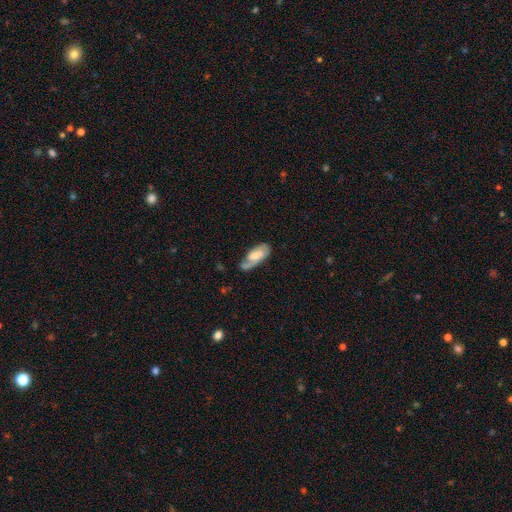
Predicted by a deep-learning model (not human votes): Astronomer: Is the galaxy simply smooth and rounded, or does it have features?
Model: featured or disk — 63%.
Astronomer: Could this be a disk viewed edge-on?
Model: no — 92%.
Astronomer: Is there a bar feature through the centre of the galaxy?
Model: no — 46% (runner-up: weak, 41%).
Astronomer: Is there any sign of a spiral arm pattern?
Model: yes — 87%.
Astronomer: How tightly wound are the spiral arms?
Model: medium — 41% (runner-up: tight, 39%).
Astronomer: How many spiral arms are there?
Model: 2 — 50% (runner-up: 1, 34%).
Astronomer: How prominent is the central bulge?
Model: moderate — 44% (runner-up: small, 38%).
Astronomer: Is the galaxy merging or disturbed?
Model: none — 58%.